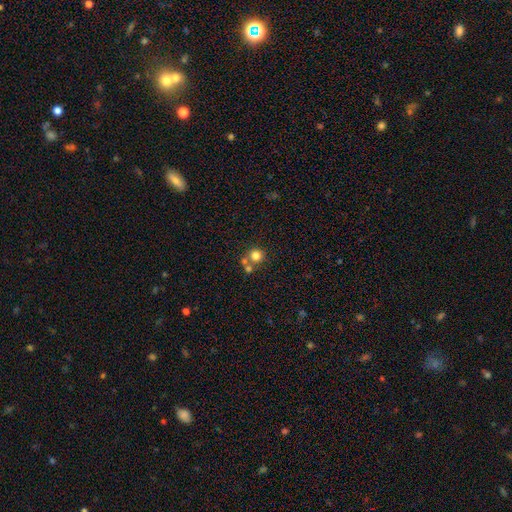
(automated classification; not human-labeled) Morphology: type=smooth (78%); roundness=round (92%); merging=none (60%).